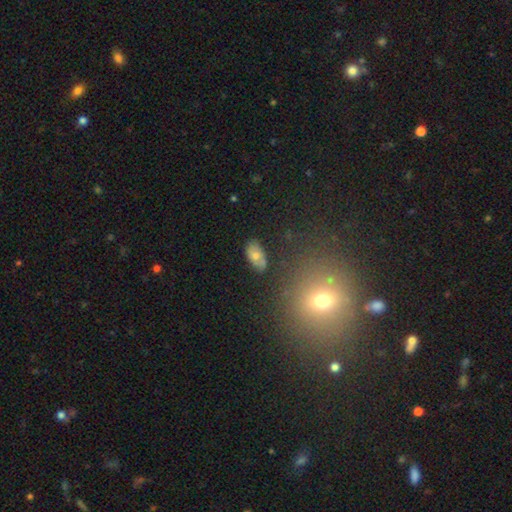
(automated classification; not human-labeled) A smooth galaxy with no disk features (54%) that is in between round and cigar-shaped (90%). Merging: none (73%).